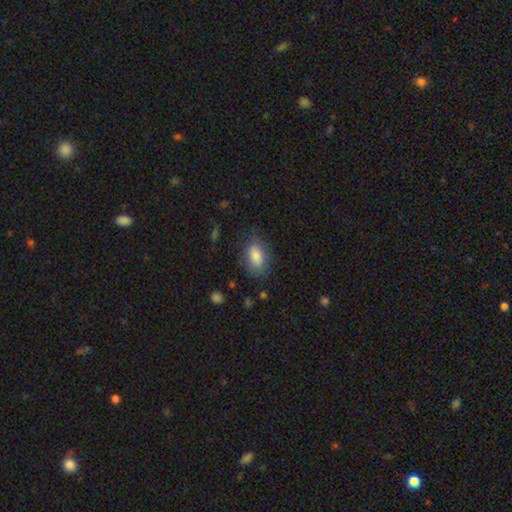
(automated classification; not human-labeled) Smooth or featured? smooth (83%)
How rounded? in between (90%)
Merging? none (75%)